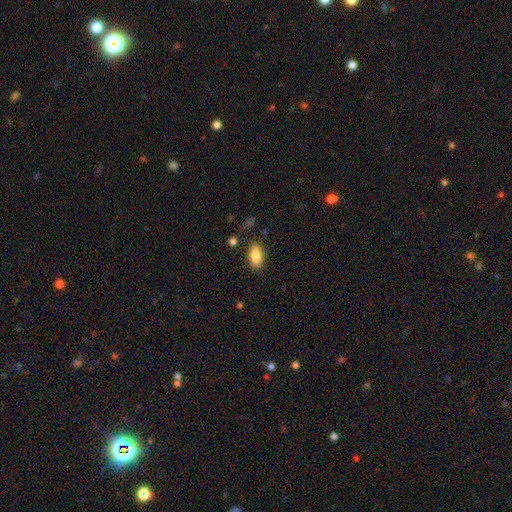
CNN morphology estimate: A smooth galaxy with no disk features (82%) that is in between round and cigar-shaped (92%).

Vote fractions:
- Smooth or featured? smooth: 82% / featured or disk: 11% / star or artifact: 7%
- How rounded? in between: 92% / cigar-shaped: 5% / round: 4%
- Merging? none: 82% / minor disturbance: 12% / major disturbance: 3% / merger: 3%